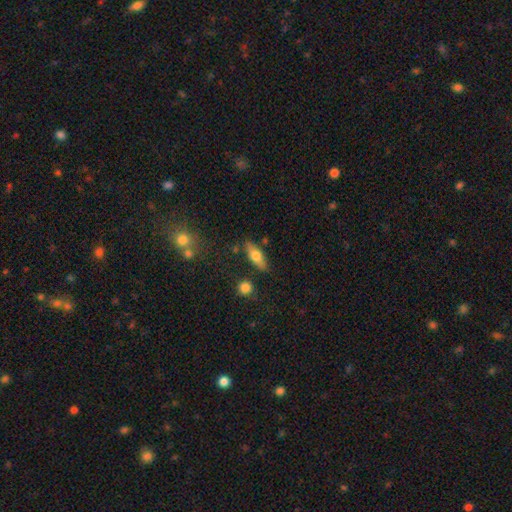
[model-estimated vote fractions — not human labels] Smooth or featured: smooth — 62% (featured or disk — 31%)
How rounded: in between — 60% (cigar-shaped — 36%)
Merging: none — 80% (minor disturbance — 12%)